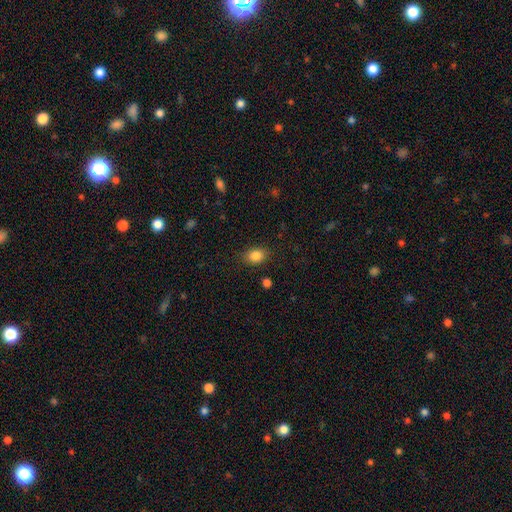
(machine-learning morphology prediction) smooth 85%, star or artifact 10%, featured or disk 5%. Down the decision tree: how rounded — in between (64%); merging — none (84%).